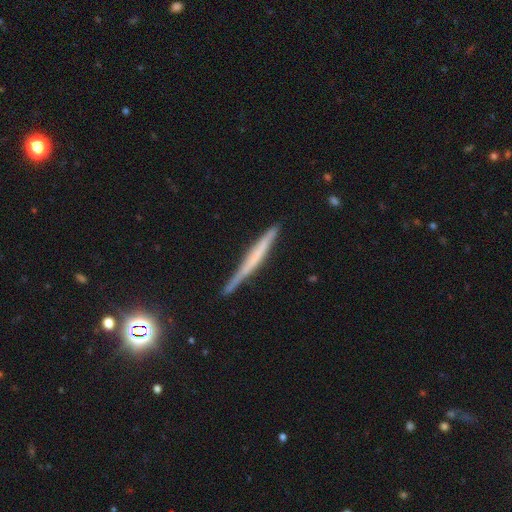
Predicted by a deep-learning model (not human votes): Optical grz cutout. It shows a featured or disk galaxy (56%) viewed edge-on (96%) with no central bulge (73%). Merging: none (75%).